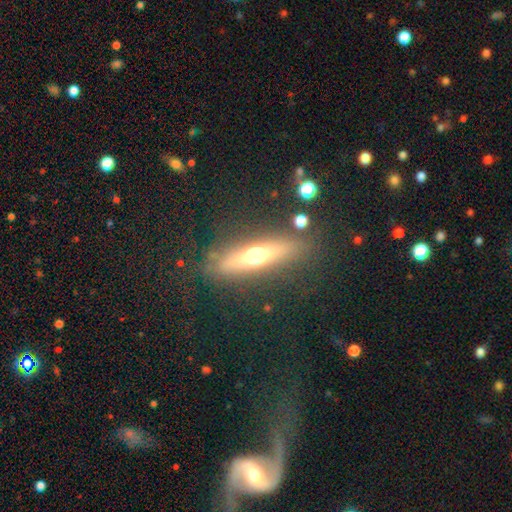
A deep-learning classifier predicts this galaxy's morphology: smooth_or_featured: featured or disk (p=0.51) [alt: smooth p=0.40]
disk_edge_on: yes (p=0.83) [alt: no p=0.17]
merging: none (p=0.82) [alt: minor disturbance p=0.11]